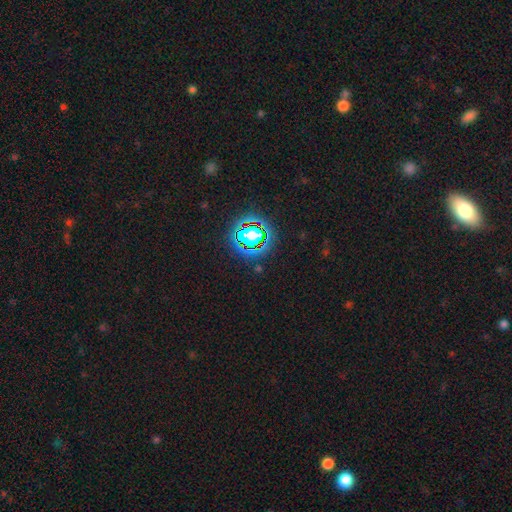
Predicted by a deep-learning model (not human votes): This is likely a star or artifact rather than a galaxy (76%).